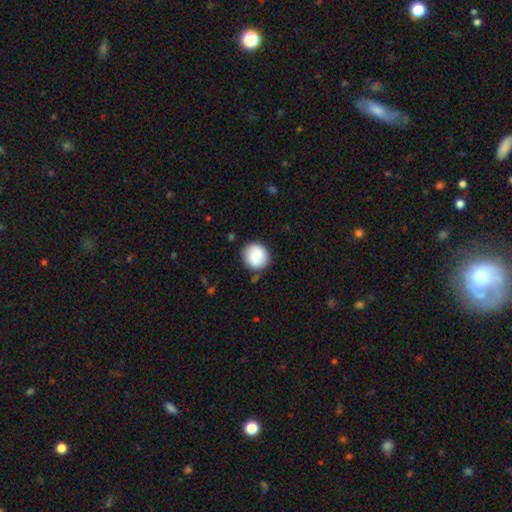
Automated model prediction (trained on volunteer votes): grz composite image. It shows a smooth galaxy with no disk features (83%) that is round (90%). Merging: none (85%).